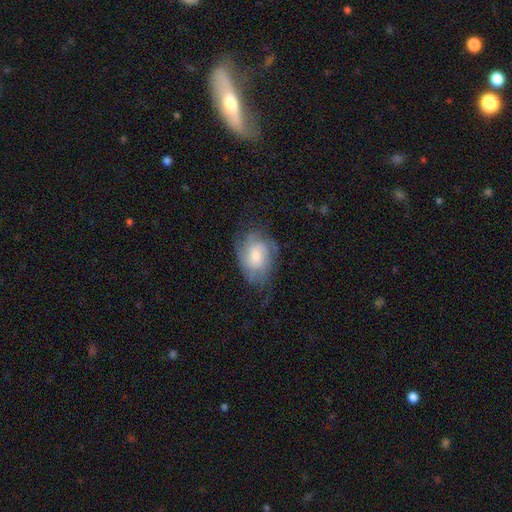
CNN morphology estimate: Overall: featured or disk (55%; smooth 37%). Edge-on disk: no (96%). Bar: no (69%). Spiral arms: yes (82%). Bulge size: moderate (50%; small 30%). Merging: none (56%; minor disturbance 26%).